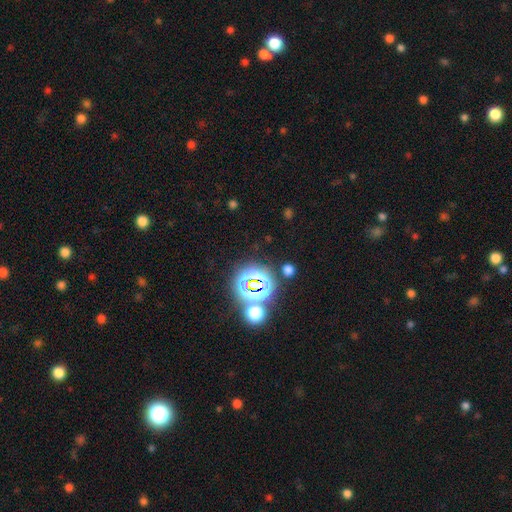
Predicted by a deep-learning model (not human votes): Smooth or featured? star or artifact (79%)